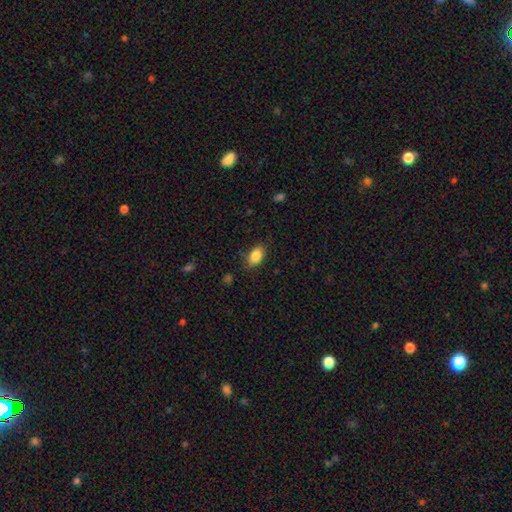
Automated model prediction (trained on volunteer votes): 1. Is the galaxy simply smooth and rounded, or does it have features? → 86% smooth, 8% star or artifact, 6% featured or disk.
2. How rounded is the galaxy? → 90% in between, 8% round, 2% cigar-shaped.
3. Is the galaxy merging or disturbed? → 82% none, 14% minor disturbance, 3% major disturbance, 1% merger.